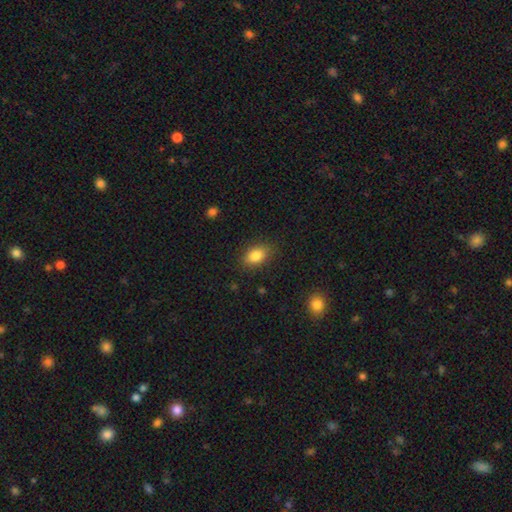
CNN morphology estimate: smooth-or-featured: smooth: 85% | star or artifact: 8% | featured or disk: 7%
  how-rounded: in between: 85% | round: 13% | cigar-shaped: 2%
  merging: none: 85% | minor disturbance: 11% | major disturbance: 3% | merger: 1%